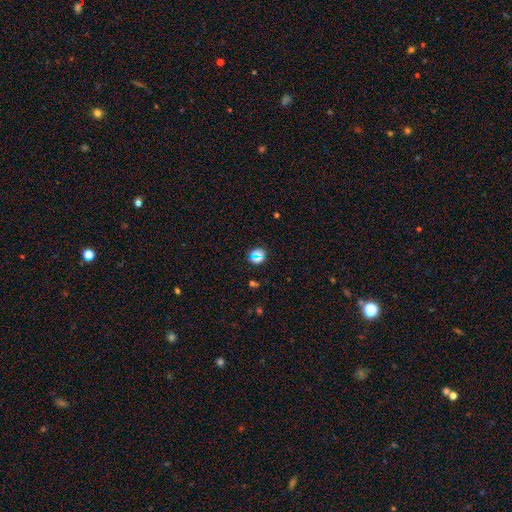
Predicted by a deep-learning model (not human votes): Smooth or featured? Predicted: smooth (p=0.46). Merging? Predicted: none (p=0.76).